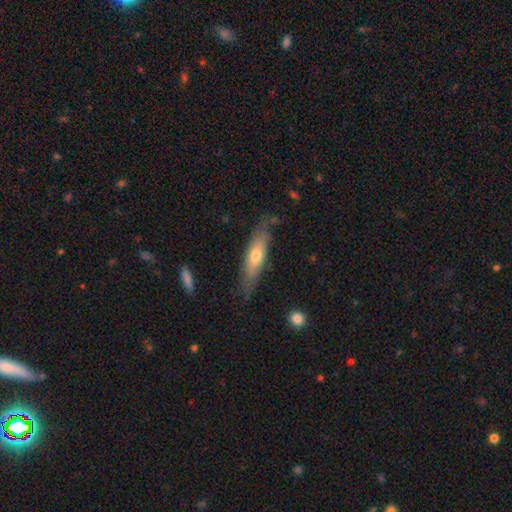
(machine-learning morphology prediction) The model was most divided on "smooth or featured": smooth: 55%, featured or disk: 39%, star or artifact: 6%. More confident: merging — none (73%); how rounded — cigar-shaped (70%).